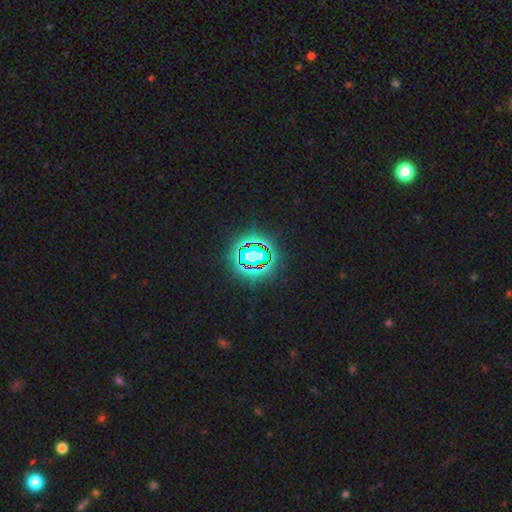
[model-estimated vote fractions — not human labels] Smooth or featured? Predicted: star or artifact (p=0.79).